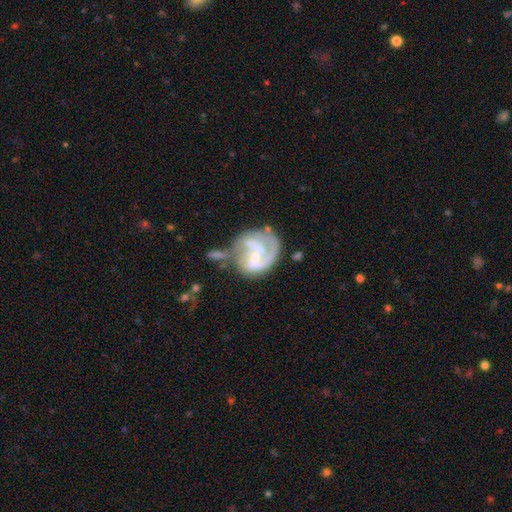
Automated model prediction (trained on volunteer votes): A featured or disk galaxy (81%) with no bar (47%), 2 (53%) medium (43%) spiral arms (88%) and a small central bulge (66%). Merging: none (39%).